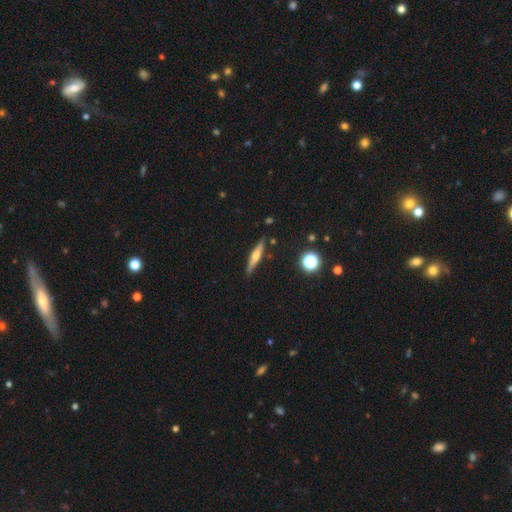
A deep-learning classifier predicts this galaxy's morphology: Q: Smooth or featured?
A: featured or disk (52%); runner-up: smooth (40%)
Q: Edge-on disk?
A: yes (94%); runner-up: no (6%)
Q: Merging?
A: none (87%); runner-up: minor disturbance (9%)